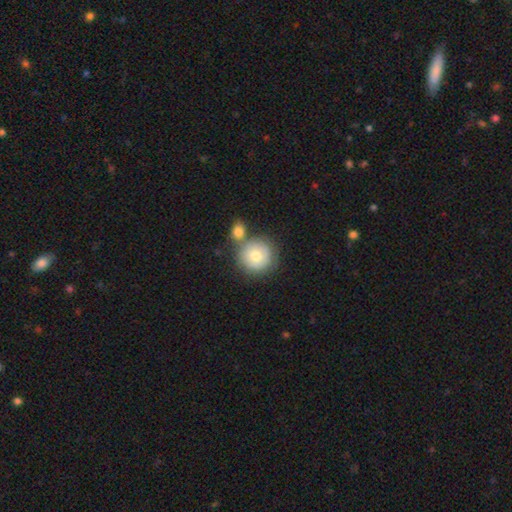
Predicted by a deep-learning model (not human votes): Smooth or featured? smooth (65%)
How rounded? round (93%)
Merging? none (56%)